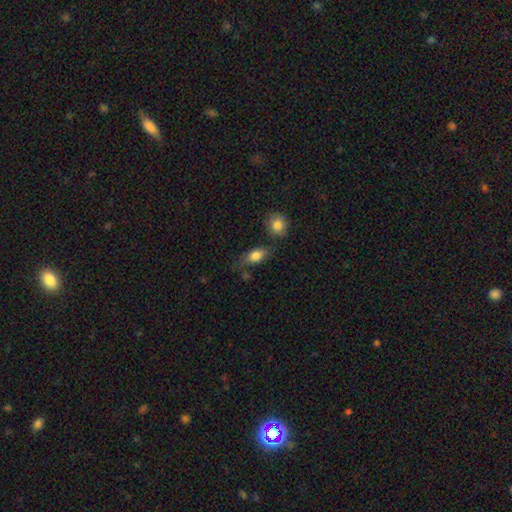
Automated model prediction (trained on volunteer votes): Smooth or featured?
  - smooth: 81% *
  - featured or disk: 11%
  - star or artifact: 8%
How rounded?
  - in between: 82% *
  - round: 11%
  - cigar-shaped: 7%
Merging?
  - none: 58% *
  - minor disturbance: 23%
  - merger: 10%
  - major disturbance: 9%